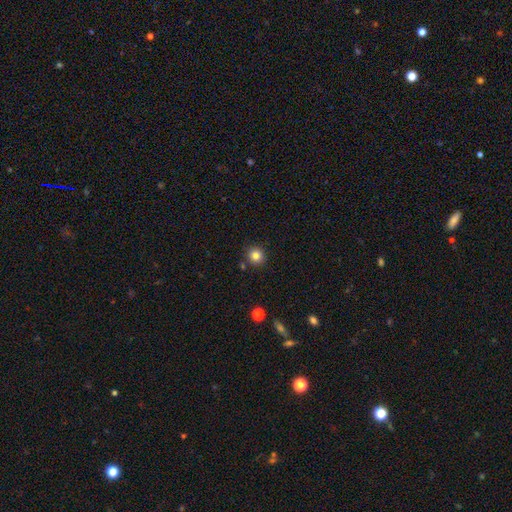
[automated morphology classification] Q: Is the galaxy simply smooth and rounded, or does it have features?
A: smooth — 83%.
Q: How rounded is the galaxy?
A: round — 93%.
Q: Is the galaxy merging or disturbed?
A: none — 88%.